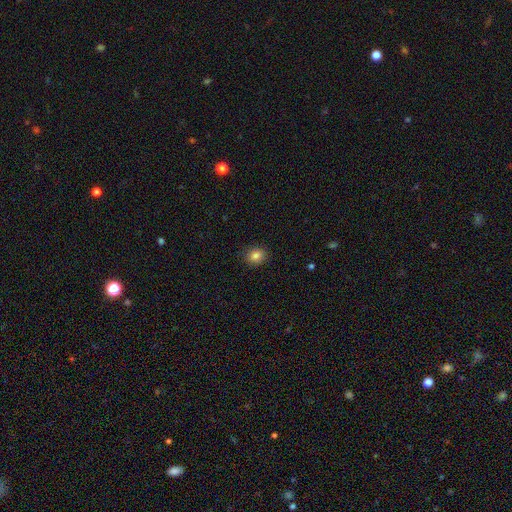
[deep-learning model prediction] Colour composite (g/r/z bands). It shows a smooth galaxy with no disk features (82%) that is round (66%). Merging: none (89%).